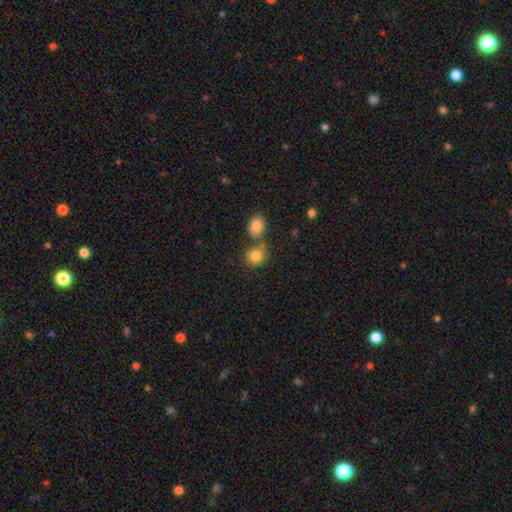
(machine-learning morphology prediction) type=smooth (83%); roundness=round (72%); merging=none (58%).